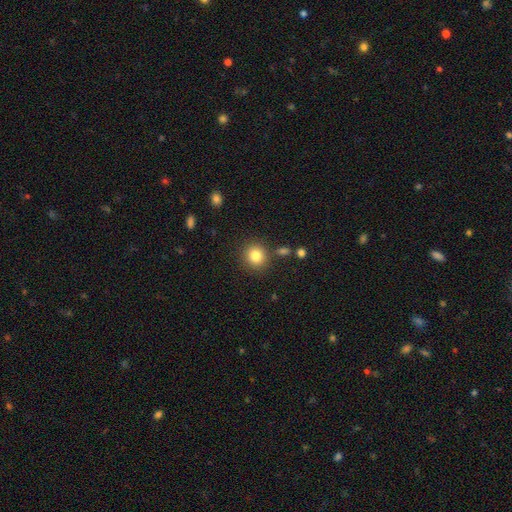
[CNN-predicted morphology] smooth_or_featured: smooth (p=0.84) [alt: star or artifact p=0.10]
how_rounded: round (p=0.89) [alt: in between p=0.10]
merging: none (p=0.85) [alt: minor disturbance p=0.08]